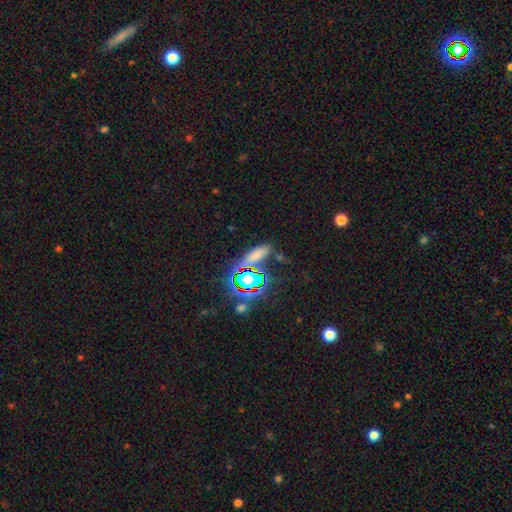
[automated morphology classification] Overall: smooth (56%; star or artifact 33%). How rounded: in between (57%; cigar-shaped 37%). Merging: none (69%).